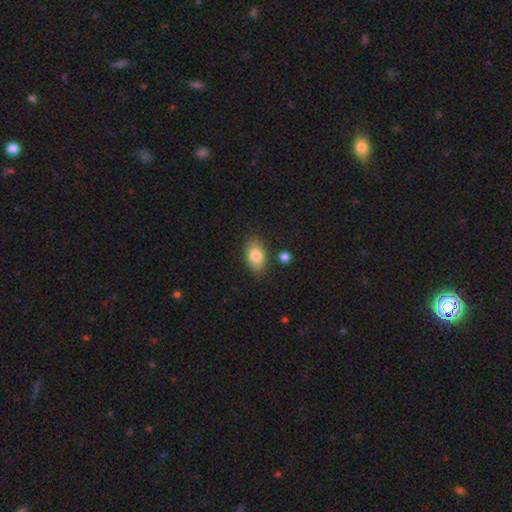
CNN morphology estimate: The model was most divided on "merging": none: 81%, minor disturbance: 13%, merger: 4%, major disturbance: 3%. More confident: how rounded — in between (89%); smooth or featured — smooth (81%).